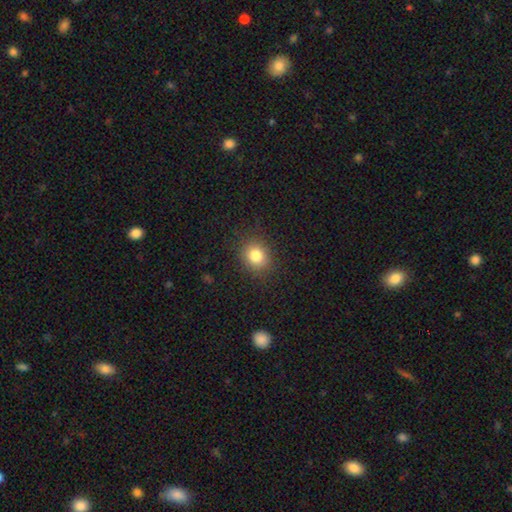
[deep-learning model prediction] Q: Smooth or featured?
A: smooth (81%); runner-up: star or artifact (12%)
Q: How rounded?
A: round (71%); runner-up: in between (29%)
Q: Merging?
A: none (86%); runner-up: minor disturbance (9%)